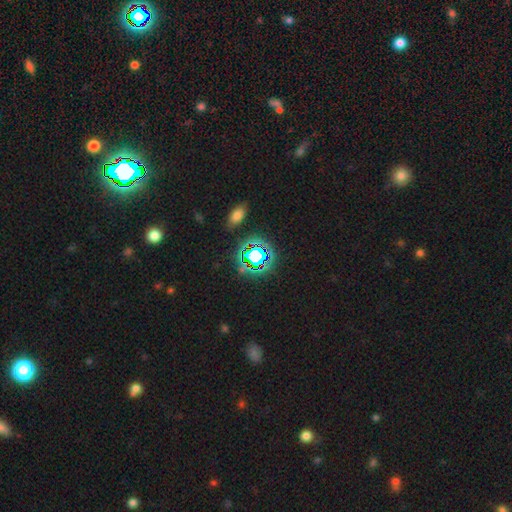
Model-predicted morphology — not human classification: A star or artifact, not a galaxy (69%).